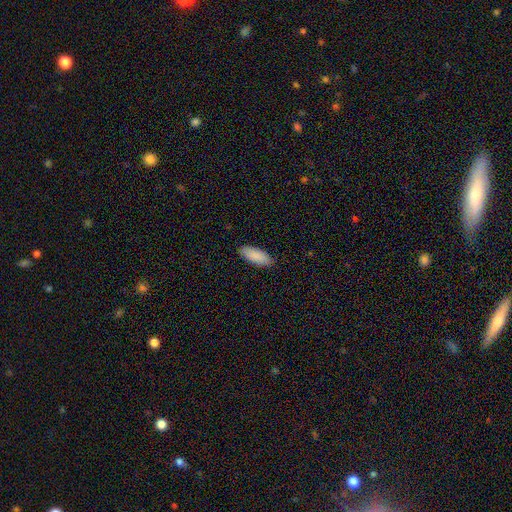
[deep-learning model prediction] smooth_or_featured: smooth (p=0.89) [alt: star or artifact p=0.06]
how_rounded: in between (p=0.79) [alt: cigar-shaped p=0.20]
merging: none (p=0.88) [alt: minor disturbance p=0.09]